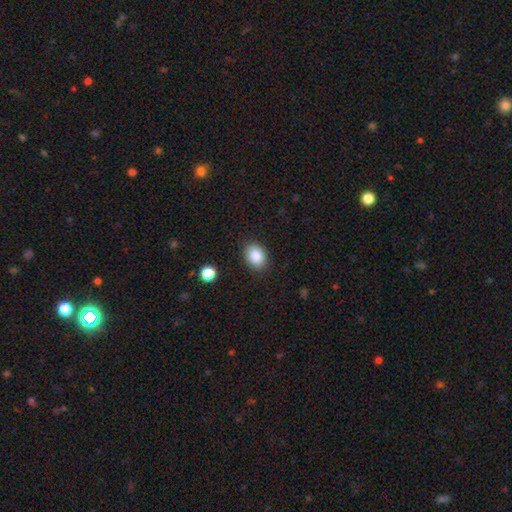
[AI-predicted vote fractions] Morphology: type=smooth (87%); roundness=in between (66%); merging=none (86%).